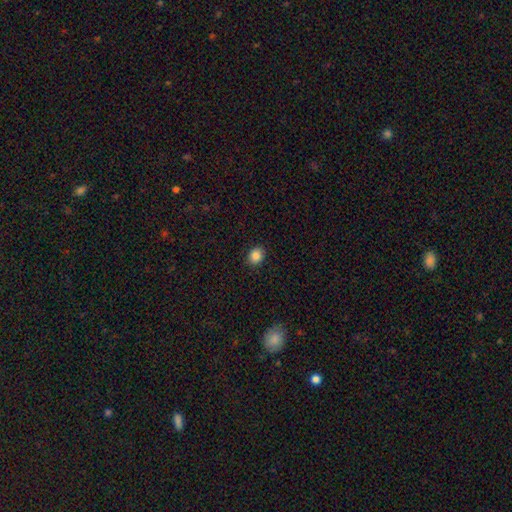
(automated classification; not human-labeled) Smooth or featured: smooth — 87% (star or artifact — 10%)
How rounded: round — 62% (in between — 37%)
Merging: none — 90% (minor disturbance — 7%)